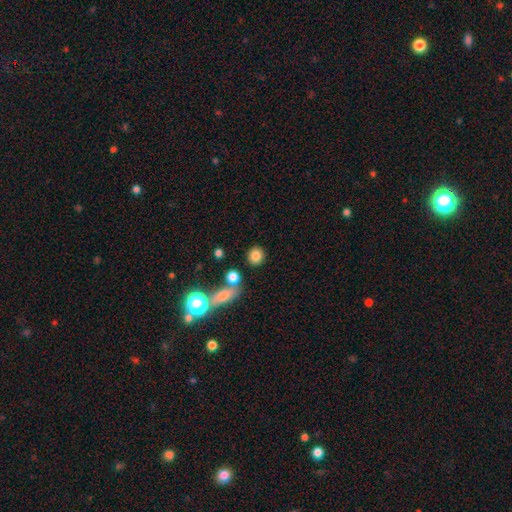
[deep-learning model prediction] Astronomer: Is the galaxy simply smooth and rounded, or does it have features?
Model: smooth — 82%.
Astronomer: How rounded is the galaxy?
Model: round — 84%.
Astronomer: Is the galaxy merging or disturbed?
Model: none — 82%.